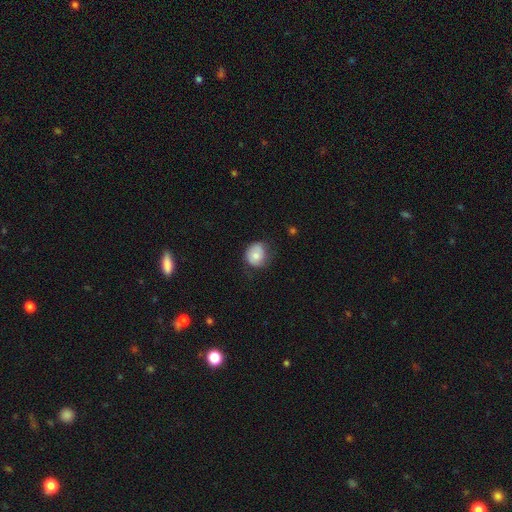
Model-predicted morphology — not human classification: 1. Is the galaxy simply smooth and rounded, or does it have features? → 72% smooth, 20% featured or disk, 8% star or artifact.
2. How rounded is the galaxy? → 74% round, 25% in between, 1% cigar-shaped.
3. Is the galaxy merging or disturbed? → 58% none, 30% minor disturbance, 11% major disturbance, 1% merger.